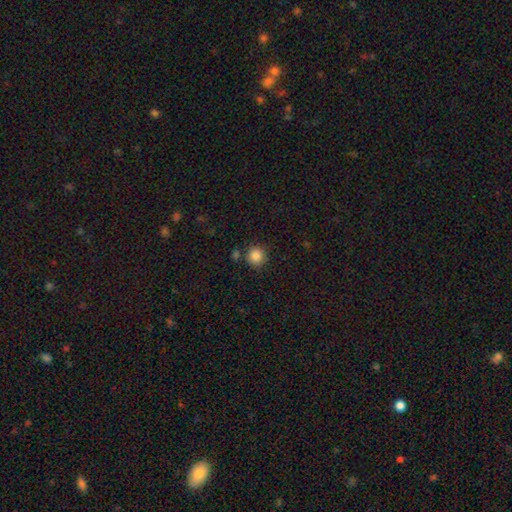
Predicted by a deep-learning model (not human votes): smooth_or_featured: smooth (p=0.86) [alt: star or artifact p=0.10]
how_rounded: round (p=0.93) [alt: in between p=0.06]
merging: none (p=0.81) [alt: minor disturbance p=0.09]